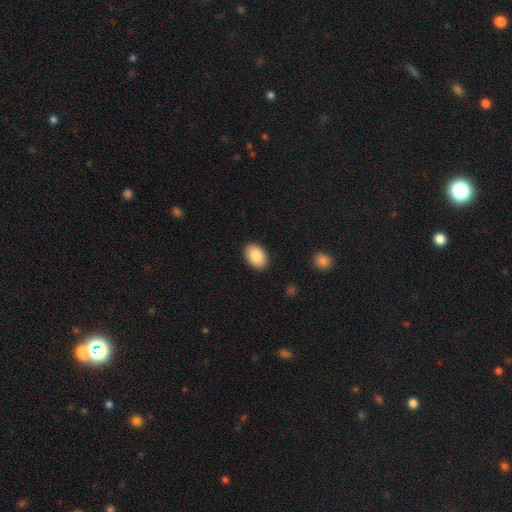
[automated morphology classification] type=smooth (84%); roundness=in between (84%); merging=none (90%).